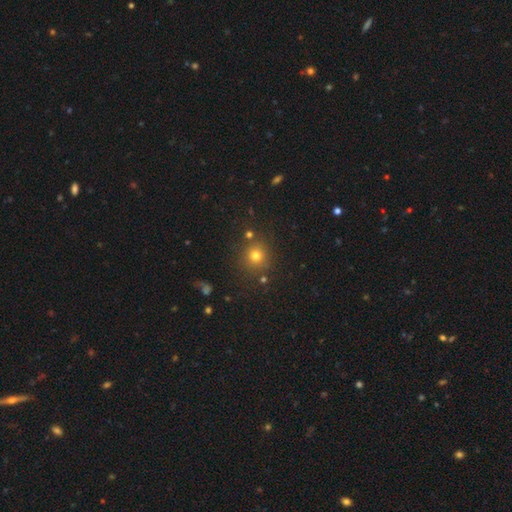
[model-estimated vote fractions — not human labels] This is likely a smooth galaxy (75%). How rounded: clearly round (91%). Merging: clearly none (81%).